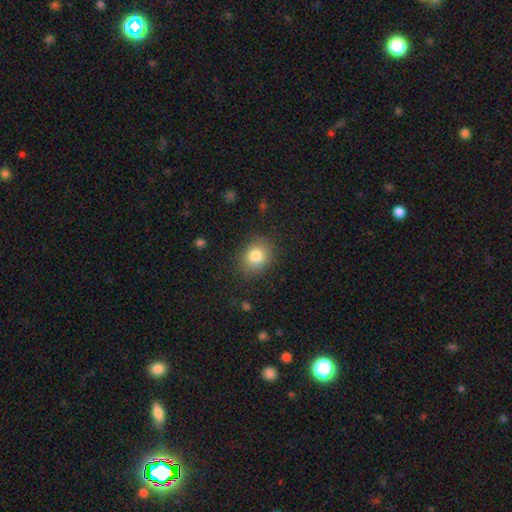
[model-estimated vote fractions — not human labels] Smooth or featured: smooth — 82% (star or artifact — 10%)
How rounded: round — 57% (in between — 42%)
Merging: none — 84% (minor disturbance — 12%)